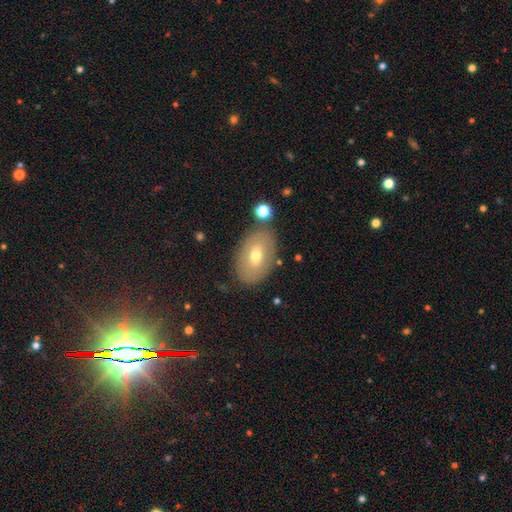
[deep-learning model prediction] Morphology: type=smooth (58%); roundness=in between (88%); merging=none (76%).